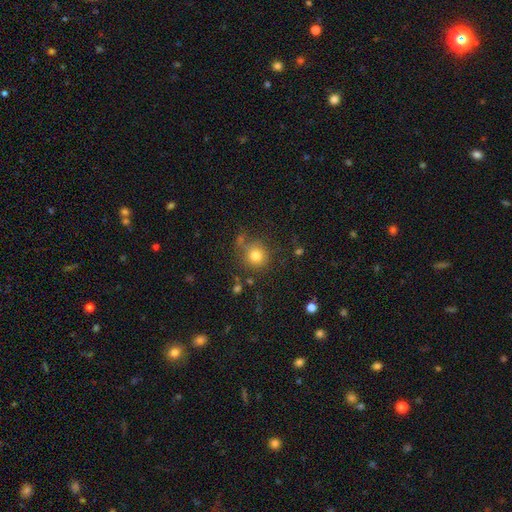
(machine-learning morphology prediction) Smooth or featured? Predicted: smooth (p=0.79). How rounded? Predicted: round (p=0.90). Merging? Predicted: none (p=0.74).